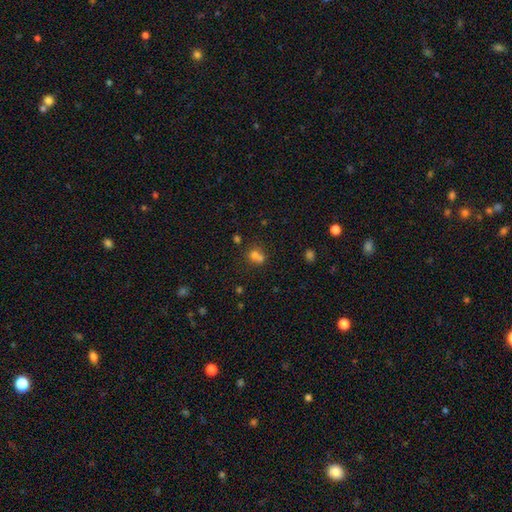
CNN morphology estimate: smooth 67%, star or artifact 17%, featured or disk 15%. Down the decision tree: how rounded — round (71%); merging — merger (58%).